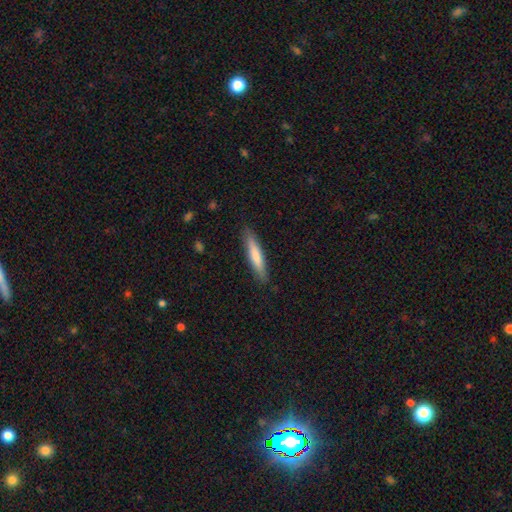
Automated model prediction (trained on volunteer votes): Morphology: type=smooth (74%); roundness=cigar-shaped (90%); merging=none (88%).